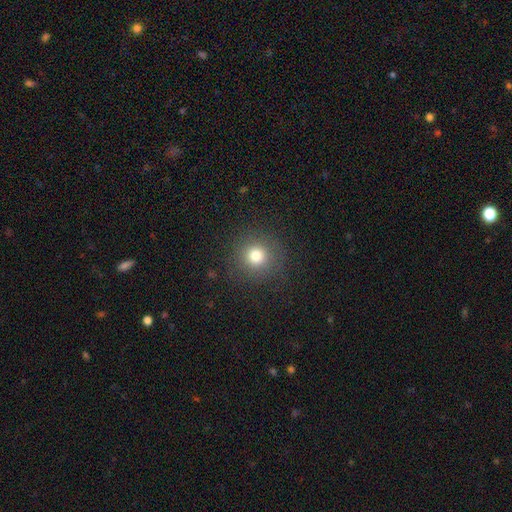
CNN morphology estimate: Smooth or featured? smooth (78%)
How rounded? round (93%)
Merging? none (88%)